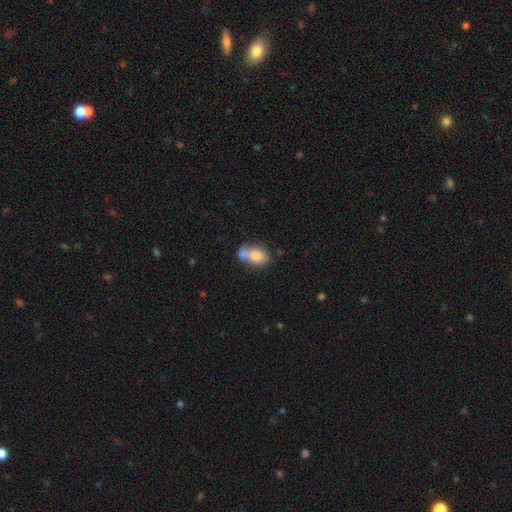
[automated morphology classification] Smooth or featured: smooth — 77% (featured or disk — 14%)
How rounded: in between — 70% (round — 28%)
Merging: merger — 53% (none — 30%)